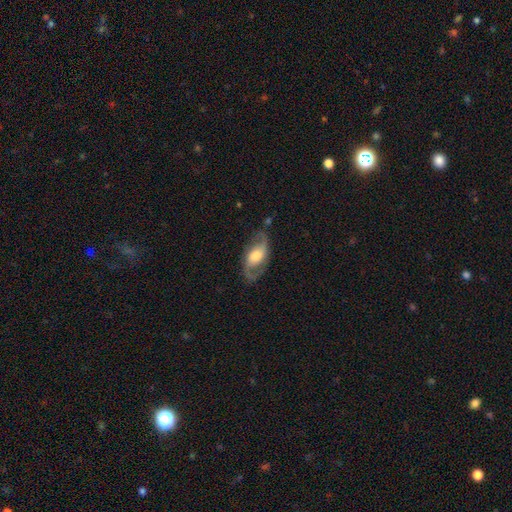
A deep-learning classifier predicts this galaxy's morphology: A featured or disk galaxy (81%) with no bar (47%), 2 (91%) loose (46%) spiral arms (93%) and a moderate central bulge (54%). Merging: none (74%).